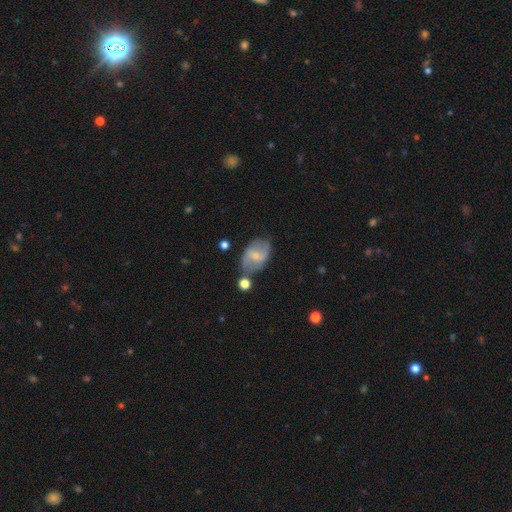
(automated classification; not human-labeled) Smooth or featured? Predicted: featured or disk (p=0.57). Edge-on disk? Predicted: no (p=0.95). Bar? Predicted: weak (p=0.48). Spiral arms? Predicted: yes (p=0.76). Bulge size? Predicted: small (p=0.63). Merging? Predicted: none (p=0.59).